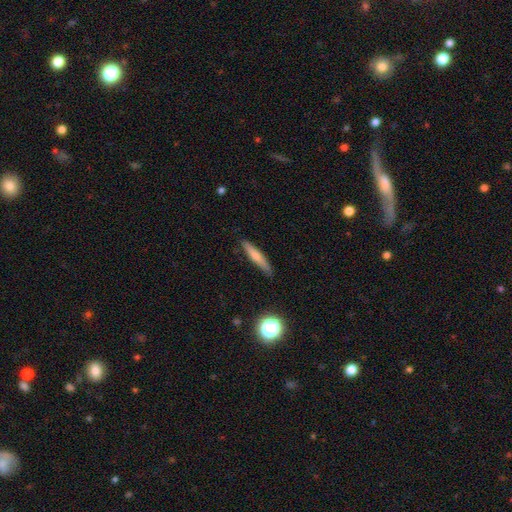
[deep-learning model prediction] This is likely a smooth galaxy (63%). How rounded: clearly cigar-shaped (90%). Merging: clearly none (85%).